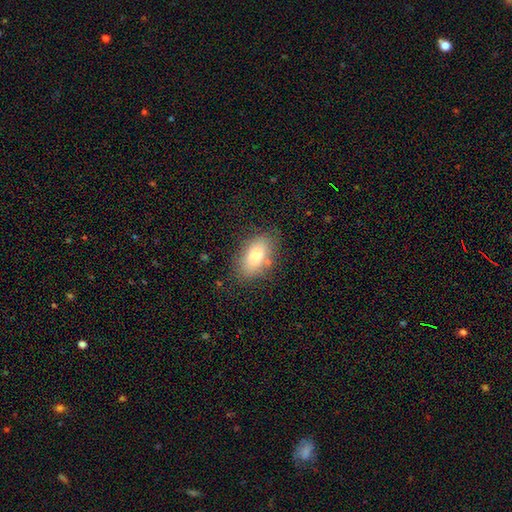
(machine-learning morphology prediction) Q: Smooth or featured?
A: smooth (77%); runner-up: featured or disk (15%)
Q: How rounded?
A: in between (90%); runner-up: round (6%)
Q: Merging?
A: none (78%); runner-up: minor disturbance (15%)